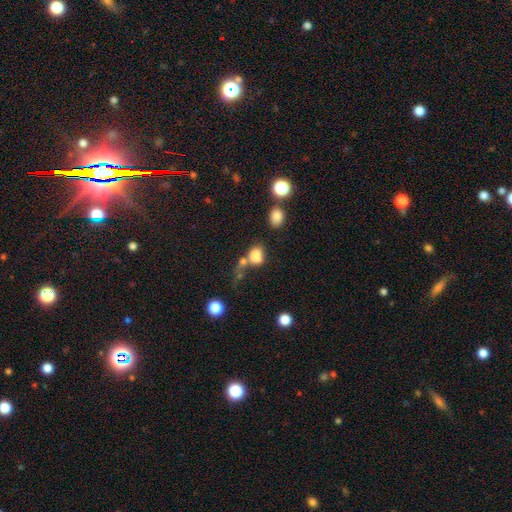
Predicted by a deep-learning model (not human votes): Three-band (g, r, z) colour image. It shows a smooth galaxy with no disk features (79%) that is round (50%). Merging: merger (39%).